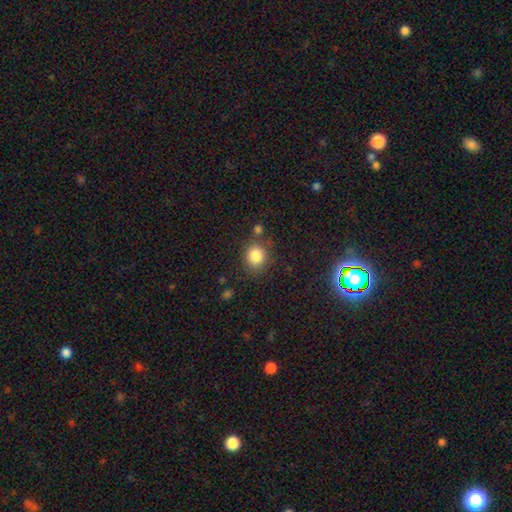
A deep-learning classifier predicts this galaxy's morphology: smooth_or_featured: smooth (p=0.84) [alt: star or artifact p=0.10]
how_rounded: round (p=0.74) [alt: in between p=0.25]
merging: none (p=0.76) [alt: minor disturbance p=0.12]